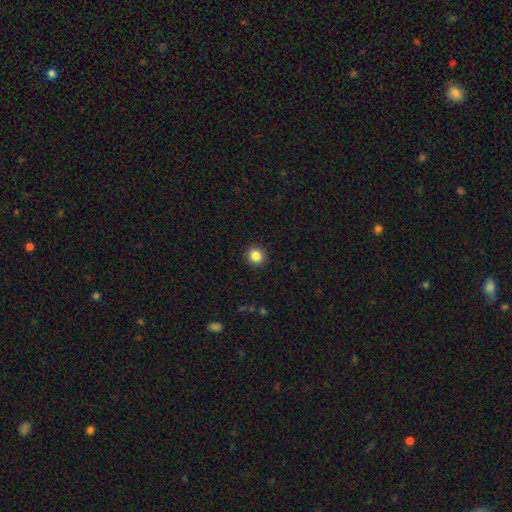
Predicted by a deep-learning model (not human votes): The model was most divided on "how rounded": round: 84%, in between: 15%, cigar-shaped: 1%. More confident: merging — none (92%); smooth or featured — smooth (86%).